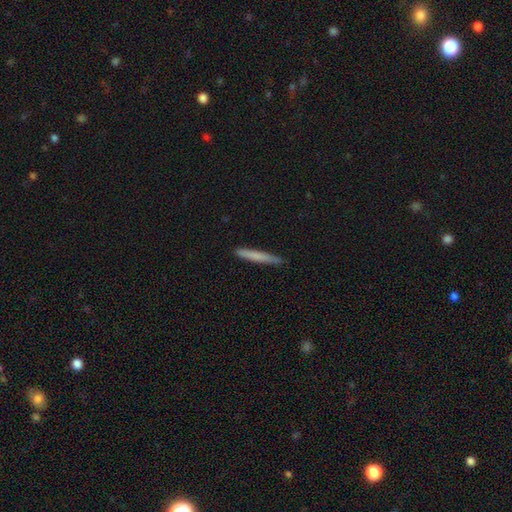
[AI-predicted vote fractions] smooth_or_featured: smooth (p=0.71) [alt: featured or disk p=0.23]
how_rounded: cigar-shaped (p=0.96) [alt: in between p=0.02]
merging: none (p=0.88) [alt: minor disturbance p=0.09]